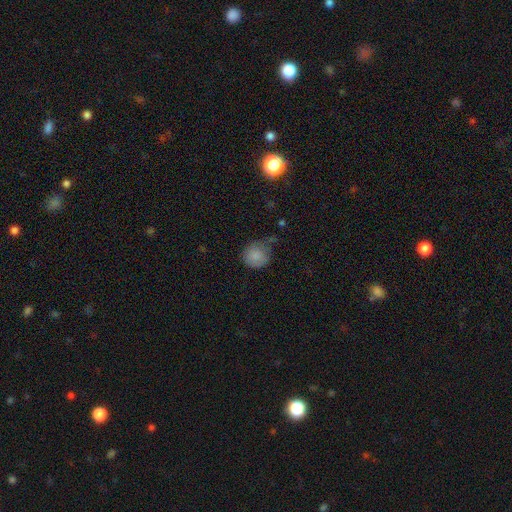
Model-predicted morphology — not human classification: This appears to be a smooth galaxy with no disk features (85%) that is round (88%). Merging: none (53%).